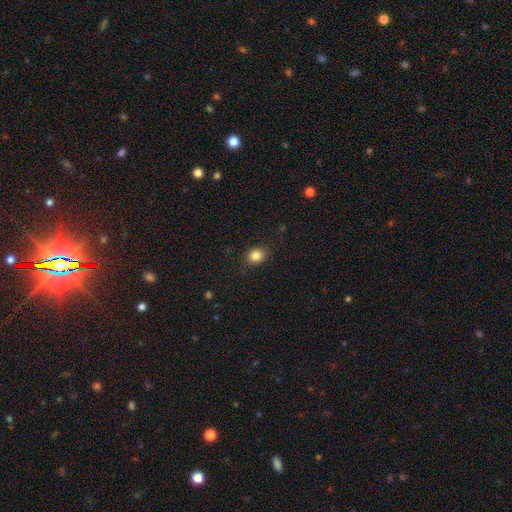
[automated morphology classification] Smooth or featured? smooth (85%)
How rounded? round (67%)
Merging? none (87%)